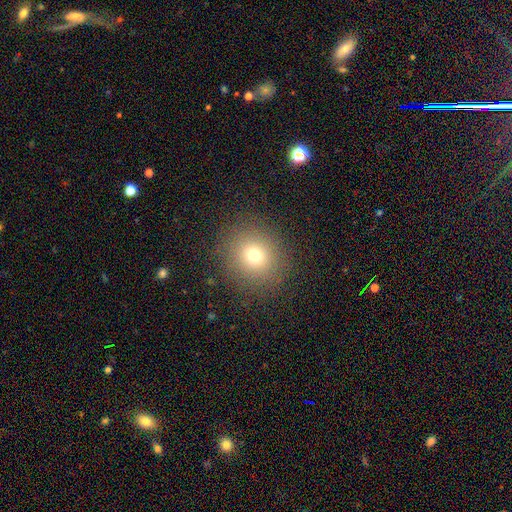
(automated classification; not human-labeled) This appears to be a smooth galaxy with no disk features (72%) that is round (86%). Merging: none (90%).